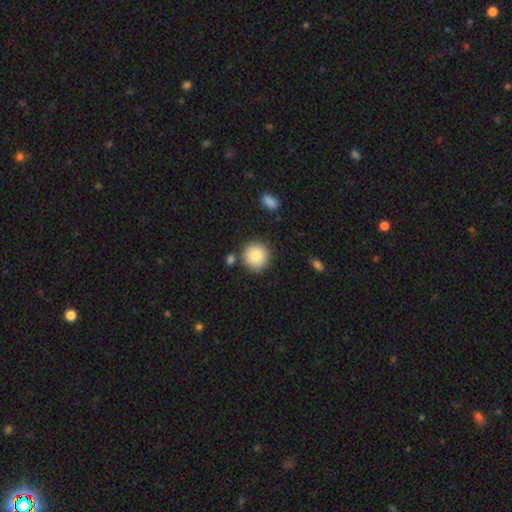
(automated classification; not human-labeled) smooth 84%, star or artifact 8%, featured or disk 8%. Down the decision tree: how rounded — round (94%); merging — none (83%).